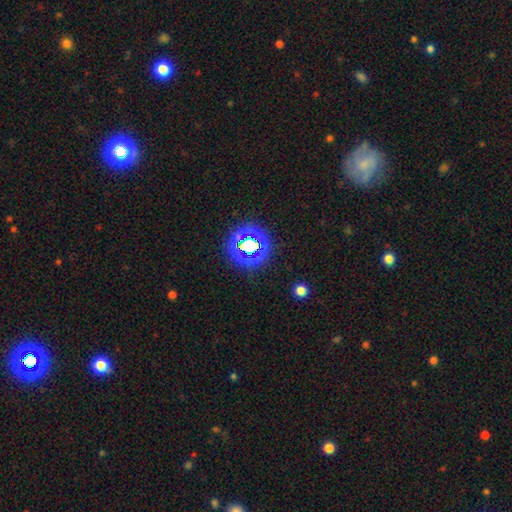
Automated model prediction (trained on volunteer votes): Morphology: type=star or artifact (68%).